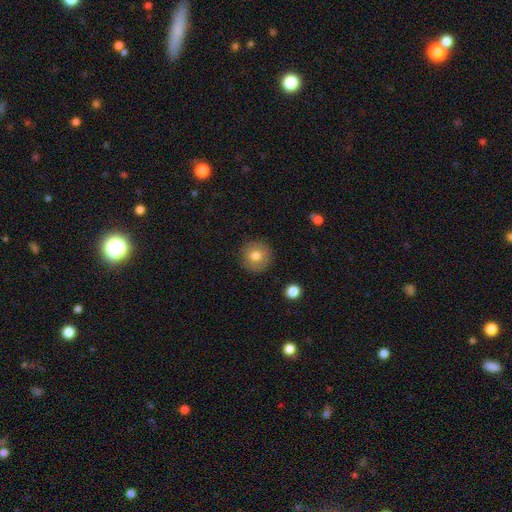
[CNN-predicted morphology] smooth 77%, featured or disk 14%, star or artifact 10%. Down the decision tree: how rounded — round (94%); merging — none (90%).